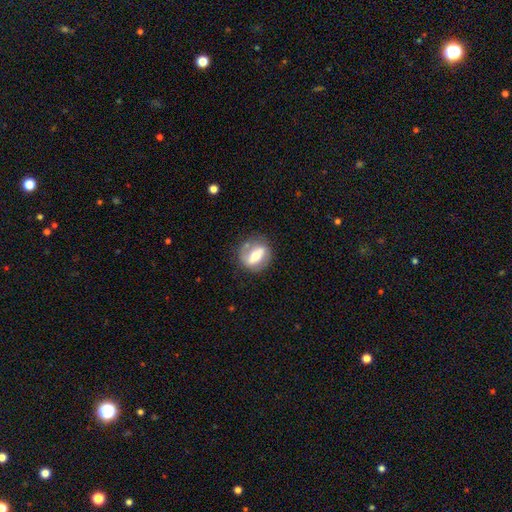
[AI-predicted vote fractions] Smooth or featured? featured or disk (59%)
Edge-on disk? no (88%)
Bar? strong (57%)
Spiral arms? yes (50%, tied with no)
Bulge size? moderate (61%)
Merging? none (73%)